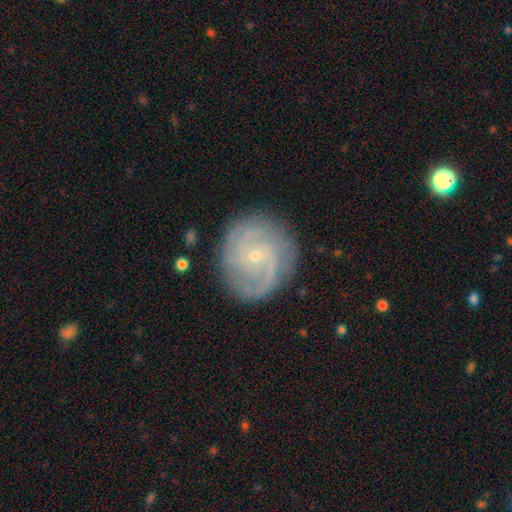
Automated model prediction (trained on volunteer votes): smooth_or_featured: featured or disk (p=0.87) [alt: smooth p=0.07]
disk_edge_on: no (p=0.98) [alt: yes p=0.02]
bar: no (p=0.69) [alt: weak p=0.26]
has_spiral_arms: yes (p=0.97) [alt: no p=0.03]
spiral_winding: tight (p=0.58) [alt: medium p=0.35]
spiral_arm_count: 2 (p=0.41) [alt: 3 p=0.23]
bulge_size: small (p=0.83) [alt: moderate p=0.14]
merging: none (p=0.82) [alt: minor disturbance p=0.12]